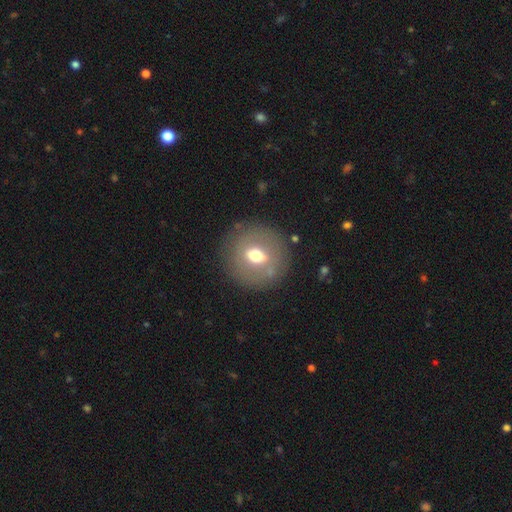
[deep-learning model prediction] A smooth galaxy with no disk features (52%) that is round (85%).

Vote fractions:
- Smooth or featured? smooth: 52% / featured or disk: 38% / star or artifact: 9%
- How rounded? round: 85% / in between: 14% / cigar-shaped: 1%
- Merging? none: 83% / minor disturbance: 10% / major disturbance: 5% / merger: 2%